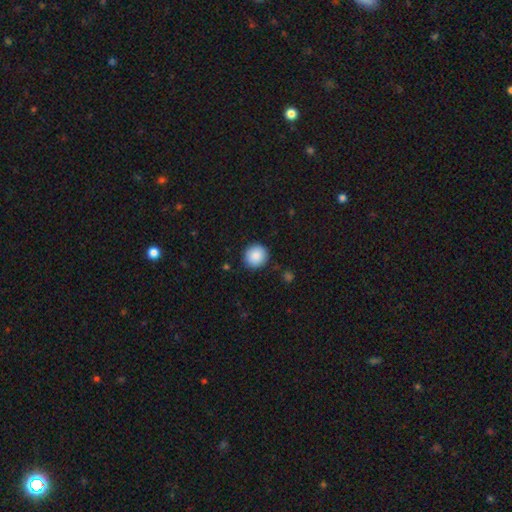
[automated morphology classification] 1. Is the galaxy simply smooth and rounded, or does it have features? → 88% smooth, 8% star or artifact, 4% featured or disk.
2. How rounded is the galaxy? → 93% round, 6% in between, 1% cigar-shaped.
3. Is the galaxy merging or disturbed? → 91% none, 6% minor disturbance, 2% major disturbance, 1% merger.